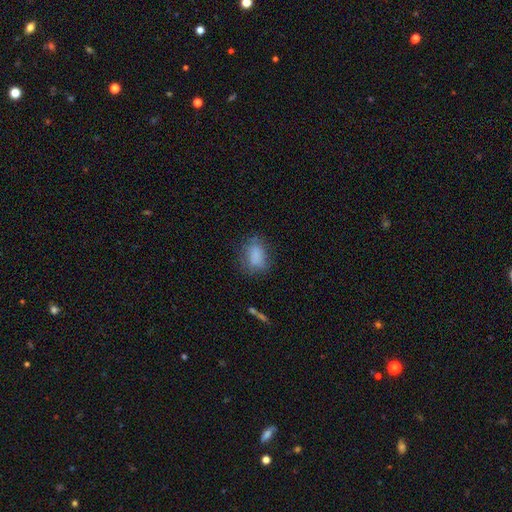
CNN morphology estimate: smooth 80%, star or artifact 10%, featured or disk 10%. Down the decision tree: how rounded — in between (77%); merging — none (64%).